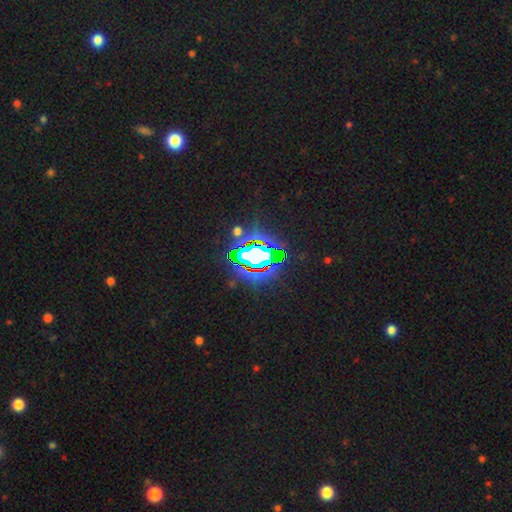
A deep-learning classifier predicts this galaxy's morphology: star or artifact 71%, smooth 15%, featured or disk 14%.